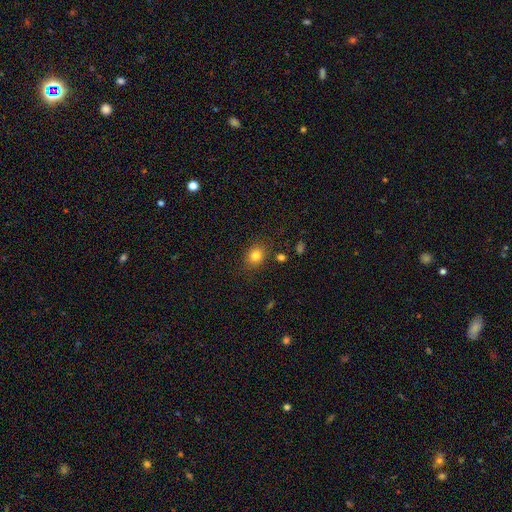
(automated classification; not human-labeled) smooth 81%, star or artifact 12%, featured or disk 7%. Down the decision tree: how rounded — round (63%); merging — none (84%).